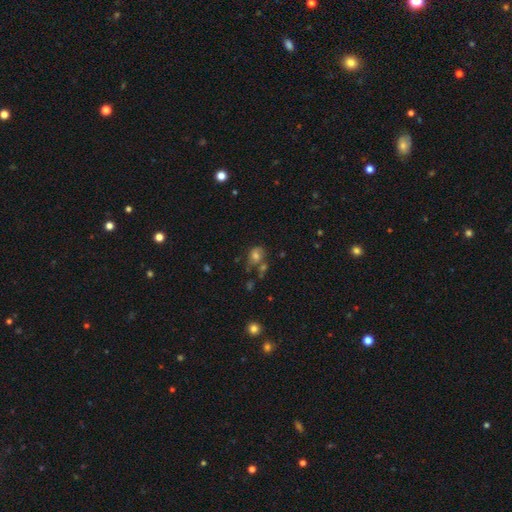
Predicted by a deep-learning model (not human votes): This appears to be a smooth galaxy with no disk features (61%) that is in between round and cigar-shaped (53%). Merging: none (41%).